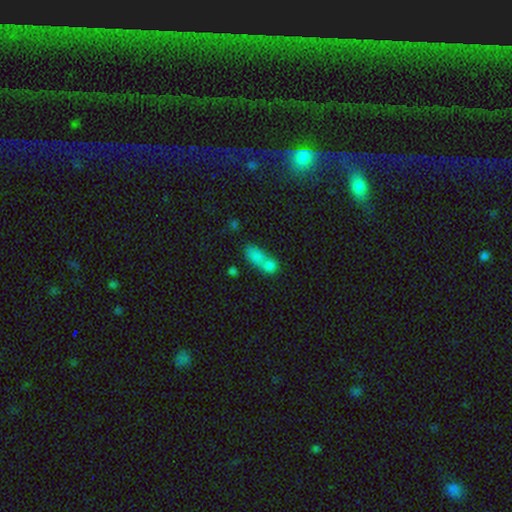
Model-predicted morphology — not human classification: The model was most divided on "merging": merger: 65%, none: 21%, minor disturbance: 8%, major disturbance: 6%. More confident: smooth or featured — smooth (77%); how rounded — in between (71%).